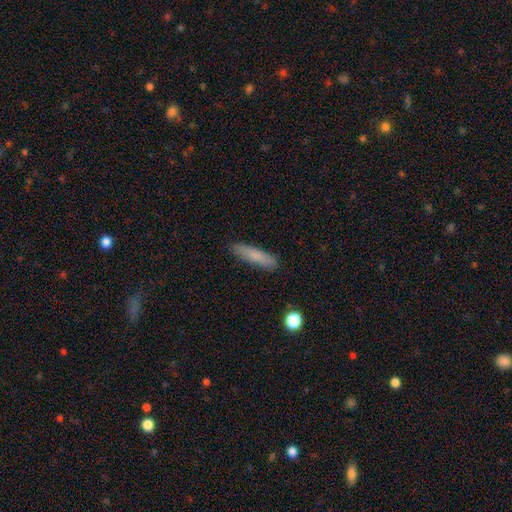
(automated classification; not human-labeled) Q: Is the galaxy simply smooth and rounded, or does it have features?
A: smooth — 79%.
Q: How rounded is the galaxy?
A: cigar-shaped — 80%.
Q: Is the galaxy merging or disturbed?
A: none — 88%.